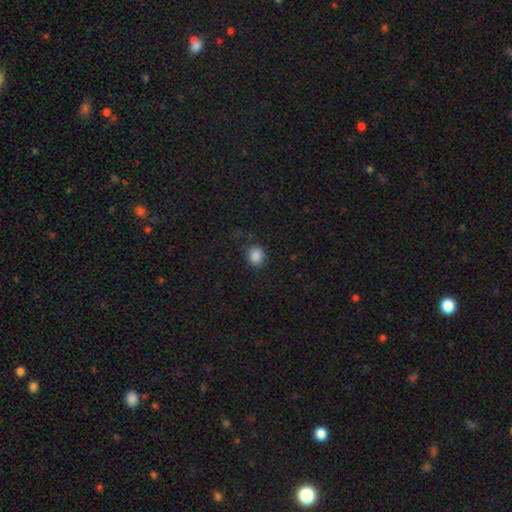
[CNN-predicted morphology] This appears to be a smooth galaxy with no disk features (86%) that is round (72%). Merging: none (80%).